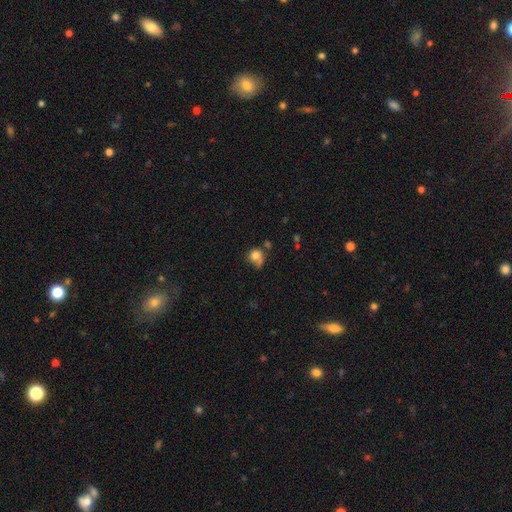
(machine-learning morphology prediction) smooth-or-featured: smooth: 75% | featured or disk: 14% | star or artifact: 11%
  how-rounded: round: 77% | in between: 22% | cigar-shaped: 1%
  merging: none: 40% | minor disturbance: 27% | major disturbance: 20% | merger: 12%